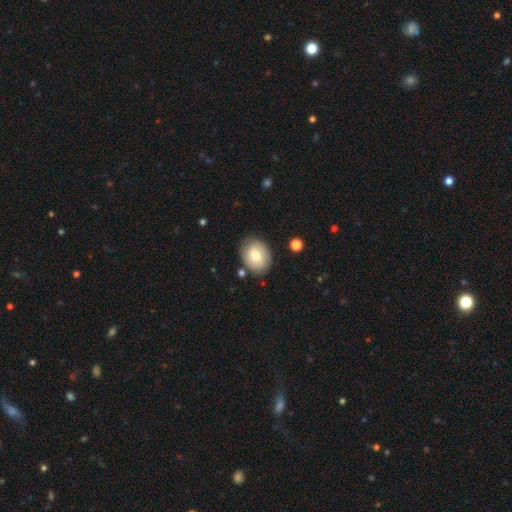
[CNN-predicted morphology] Smooth or featured?
  - smooth: 69% *
  - featured or disk: 24%
  - star or artifact: 7%
How rounded?
  - in between: 56% *
  - round: 43%
  - cigar-shaped: 1%
Merging?
  - none: 81% *
  - minor disturbance: 13%
  - major disturbance: 3%
  - merger: 3%